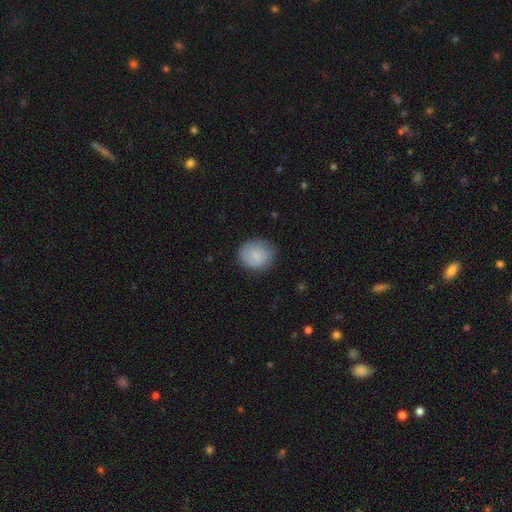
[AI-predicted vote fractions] Q: Smooth or featured?
A: smooth (82%); runner-up: featured or disk (11%)
Q: How rounded?
A: round (74%); runner-up: in between (25%)
Q: Merging?
A: none (76%); runner-up: minor disturbance (19%)